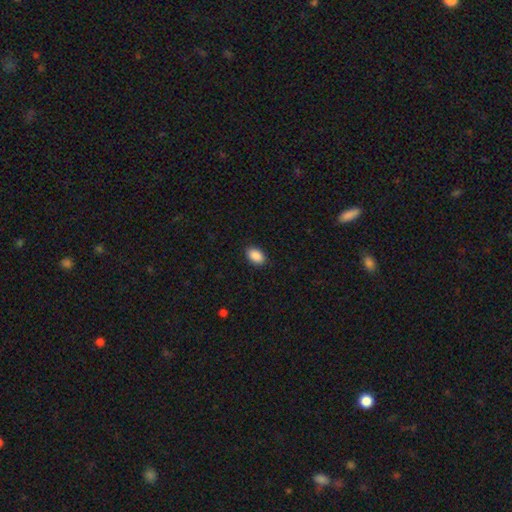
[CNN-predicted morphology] The model was most divided on "how rounded": in between: 90%, round: 9%, cigar-shaped: 1%. More confident: smooth or featured — smooth (90%); merging — none (90%).